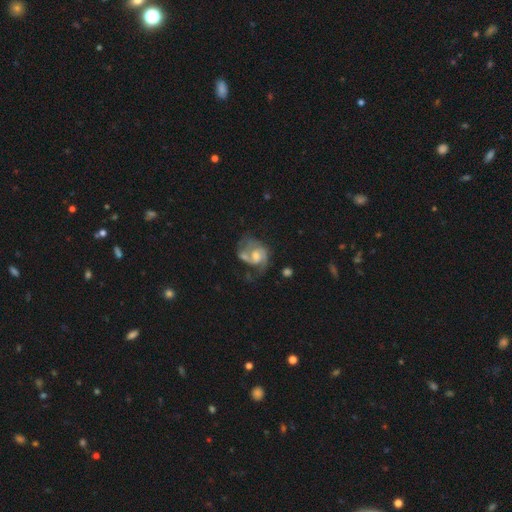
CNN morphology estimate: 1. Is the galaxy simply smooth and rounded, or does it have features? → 80% featured or disk, 14% smooth, 6% star or artifact.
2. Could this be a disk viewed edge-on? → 98% no, 2% yes.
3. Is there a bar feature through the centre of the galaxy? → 55% no, 39% weak, 7% strong.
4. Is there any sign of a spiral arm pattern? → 92% yes, 8% no.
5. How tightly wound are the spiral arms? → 49% medium, 27% tight, 25% loose.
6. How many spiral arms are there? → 72% 2, 10% 1, 10% can't tell, 5% 3, 2% 4, 2% more than 4.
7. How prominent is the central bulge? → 51% moderate, 32% small, 8% large, 7% none, 1% dominant.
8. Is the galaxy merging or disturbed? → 38% none, 25% major disturbance, 21% minor disturbance, 16% merger.